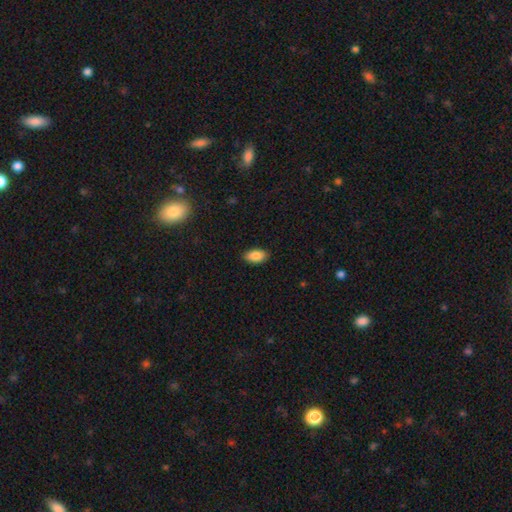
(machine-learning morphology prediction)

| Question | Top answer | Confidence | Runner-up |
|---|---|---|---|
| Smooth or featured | smooth | 87% | star or artifact (7%) |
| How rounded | in between | 94% | round (4%) |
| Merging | none | 89% | minor disturbance (8%) |